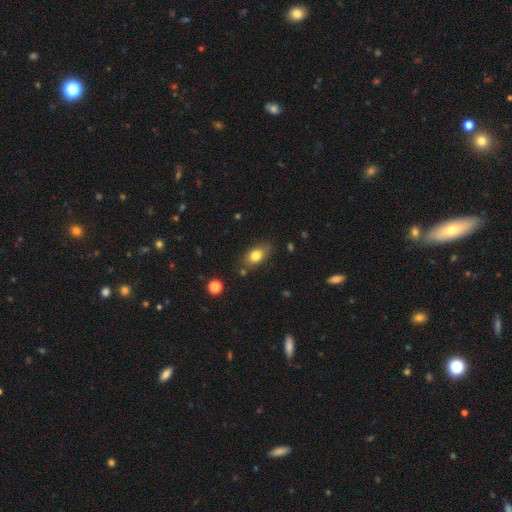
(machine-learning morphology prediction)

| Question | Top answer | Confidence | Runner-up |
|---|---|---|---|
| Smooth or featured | smooth | 78% | featured or disk (13%) |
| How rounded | in between | 83% | round (13%) |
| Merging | none | 75% | minor disturbance (17%) |